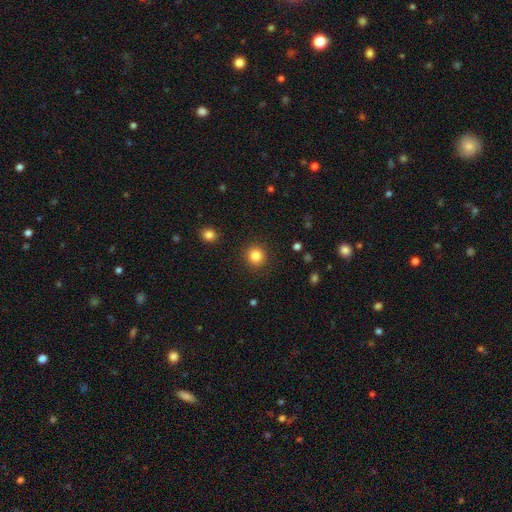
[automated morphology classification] Smooth or featured? smooth (84%)
How rounded? round (92%)
Merging? none (91%)